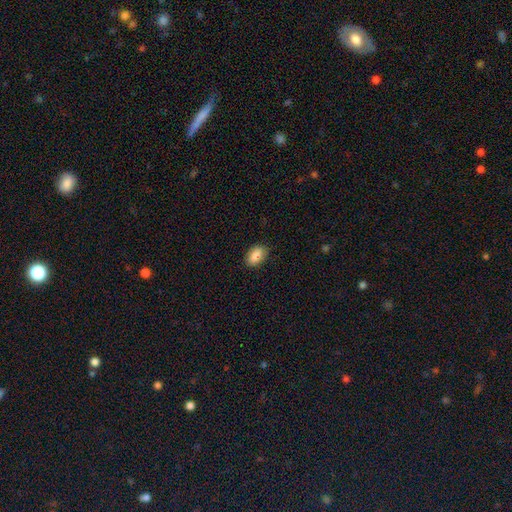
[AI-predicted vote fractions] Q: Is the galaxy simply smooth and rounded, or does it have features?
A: smooth — 84%.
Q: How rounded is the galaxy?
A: in between — 90%.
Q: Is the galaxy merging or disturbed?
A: none — 84%.